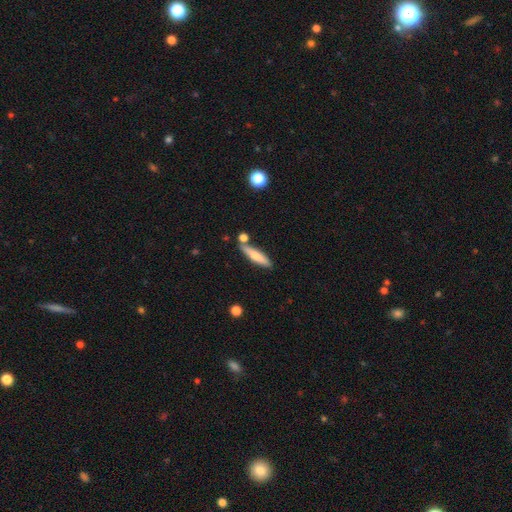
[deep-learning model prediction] Overall: smooth (66%; featured or disk 28%). How rounded: cigar-shaped (79%). Merging: none (76%).